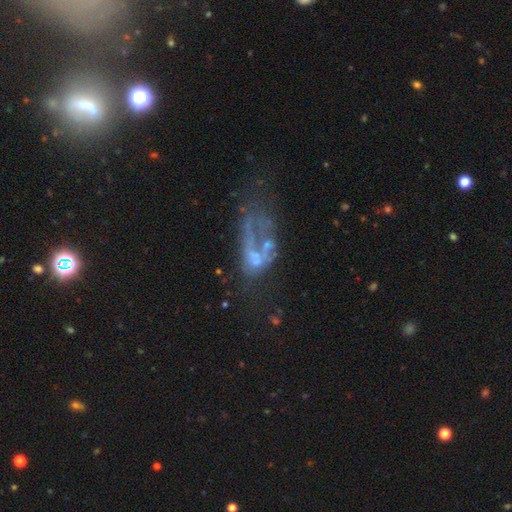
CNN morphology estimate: Smooth or featured: featured or disk — 57% (smooth — 26%)
Edge-on disk: no — 96% (yes — 4%)
Bar: no — 89% (weak — 8%)
Spiral arms: no — 90% (yes — 10%)
Bulge size: none — 65% (small — 18%)
Merging: major disturbance — 40% (merger — 24%)